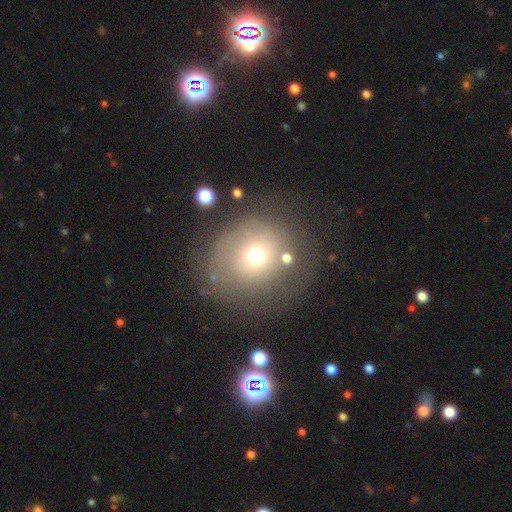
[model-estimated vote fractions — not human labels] Overall: smooth (58%; featured or disk 27%). How rounded: round (85%). Merging: none (58%; minor disturbance 20%).